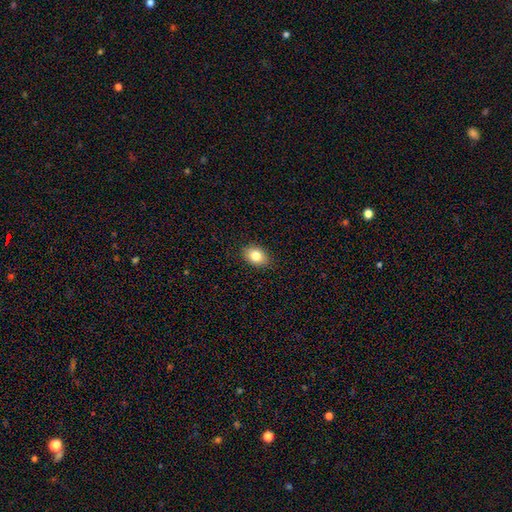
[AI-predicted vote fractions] A smooth galaxy with no disk features (82%) that is in between round and cigar-shaped (79%).

Vote fractions:
- Smooth or featured? smooth: 82% / featured or disk: 10% / star or artifact: 8%
- How rounded? in between: 79% / round: 20% / cigar-shaped: 1%
- Merging? none: 88% / minor disturbance: 9% / major disturbance: 2% / merger: 1%